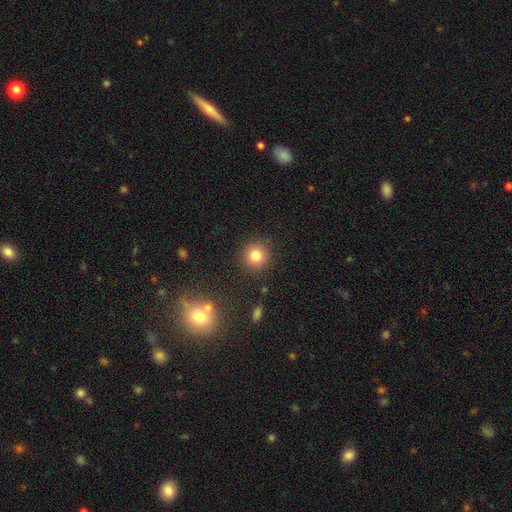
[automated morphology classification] This appears to be a smooth galaxy with no disk features (81%) that is round (92%). Merging: none (88%).